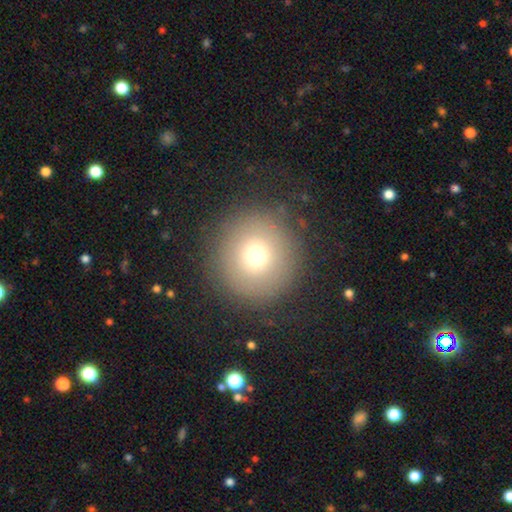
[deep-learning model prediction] smooth 71%, star or artifact 16%, featured or disk 13%. Down the decision tree: how rounded — round (95%); merging — none (86%).